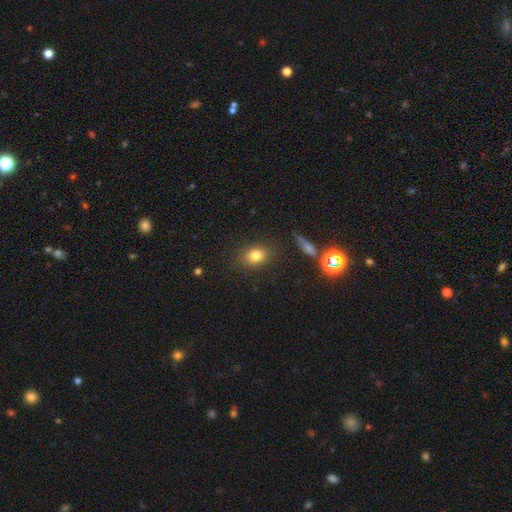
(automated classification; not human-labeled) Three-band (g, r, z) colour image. It shows a smooth galaxy with no disk features (80%) that is in between round and cigar-shaped (57%). Merging: none (85%).